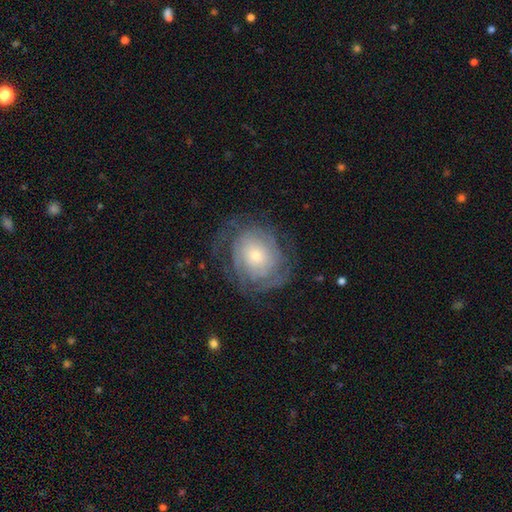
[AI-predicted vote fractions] A featured or disk galaxy (72%) with no bar (80%), tight (67%) spiral arms (86%) and a small central bulge (56%). Merging: none (66%).